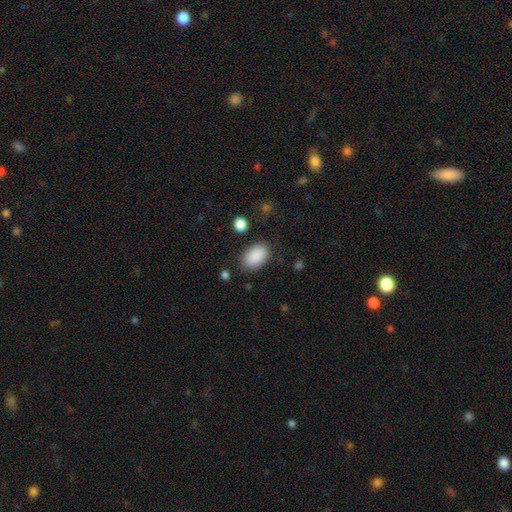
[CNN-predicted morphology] smooth_or_featured: smooth (p=0.89) [alt: star or artifact p=0.07]
how_rounded: in between (p=0.88) [alt: round p=0.11]
merging: none (p=0.83) [alt: minor disturbance p=0.12]